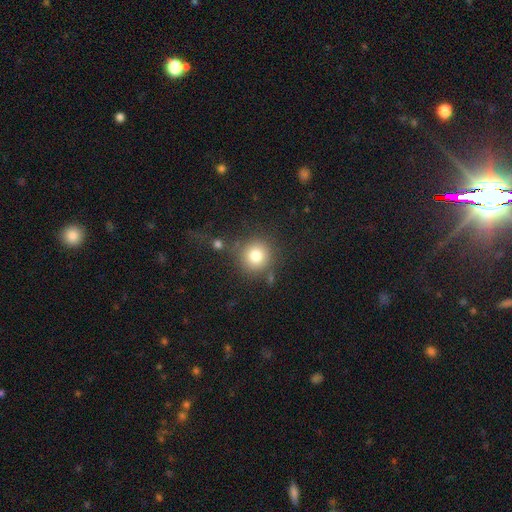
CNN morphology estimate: type=smooth (81%); roundness=round (93%); merging=none (75%).